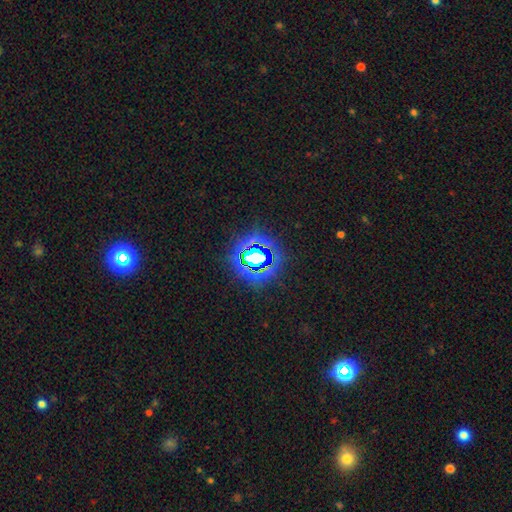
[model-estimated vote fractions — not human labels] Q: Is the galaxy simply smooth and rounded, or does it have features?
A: star or artifact — 77%.